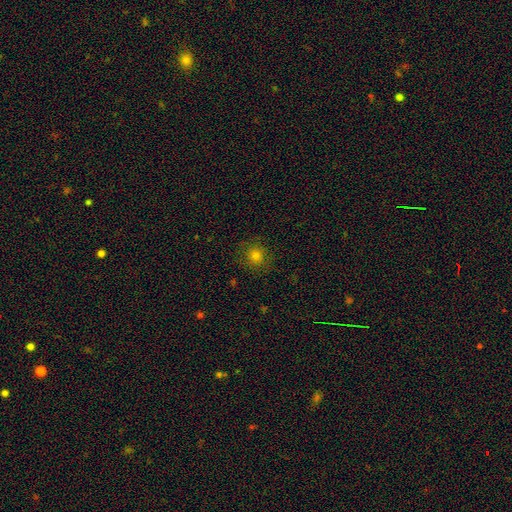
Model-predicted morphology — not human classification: Overall: smooth (77%). How rounded: round (89%). Merging: none (86%).